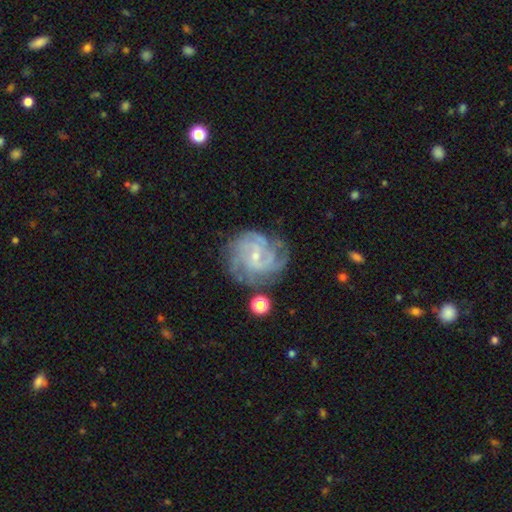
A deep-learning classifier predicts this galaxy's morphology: Smooth or featured? featured or disk (86%)
Edge-on disk? no (98%)
Bar? no (50%)
Spiral arms? yes (96%)
Spiral winding? tight (60%)
Spiral arm count? 4 (28%)
Bulge size? small (76%)
Merging? none (70%)